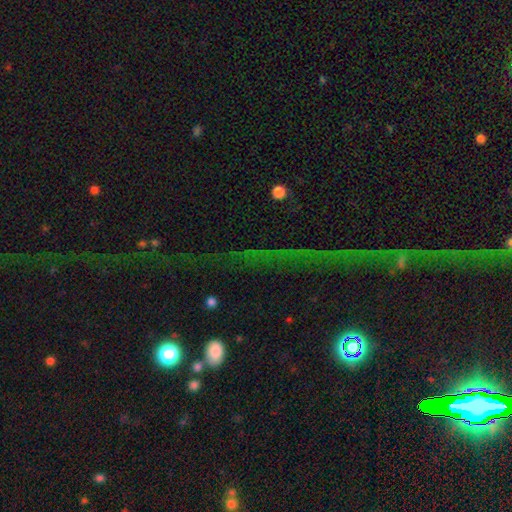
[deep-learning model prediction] Q: Smooth or featured?
A: star or artifact (66%); runner-up: smooth (18%)